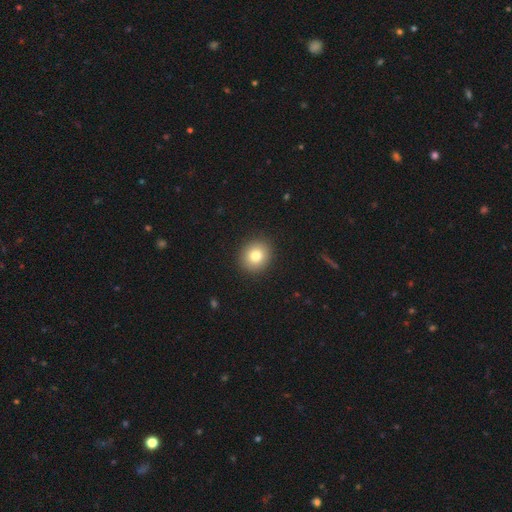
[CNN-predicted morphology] This is clearly a smooth galaxy (80%). How rounded: clearly round (81%). Merging: clearly none (91%).